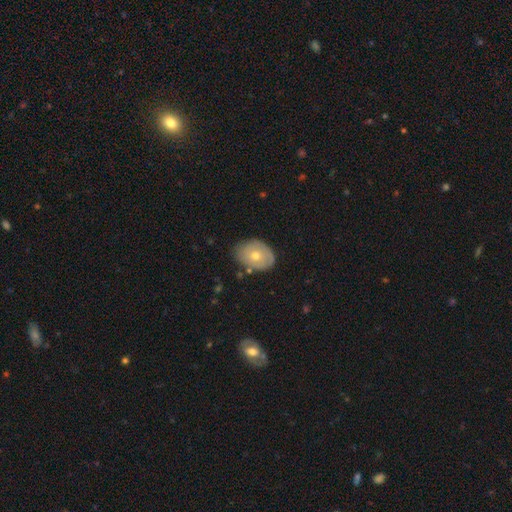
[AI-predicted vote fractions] Smooth or featured?
  - smooth: 56% *
  - featured or disk: 36%
  - star or artifact: 9%
How rounded?
  - in between: 69% *
  - round: 30%
  - cigar-shaped: 1%
Merging?
  - none: 76% *
  - minor disturbance: 18%
  - major disturbance: 4%
  - merger: 2%